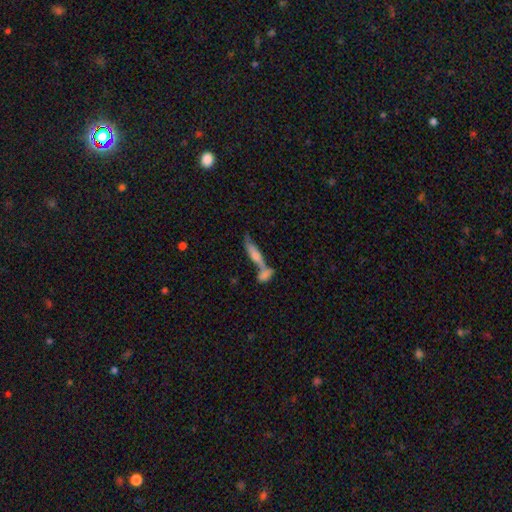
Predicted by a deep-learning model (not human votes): smooth-or-featured: smooth: 48% | featured or disk: 42% | star or artifact: 10%
  merging: merger: 49% | none: 37% | minor disturbance: 9% | major disturbance: 5%